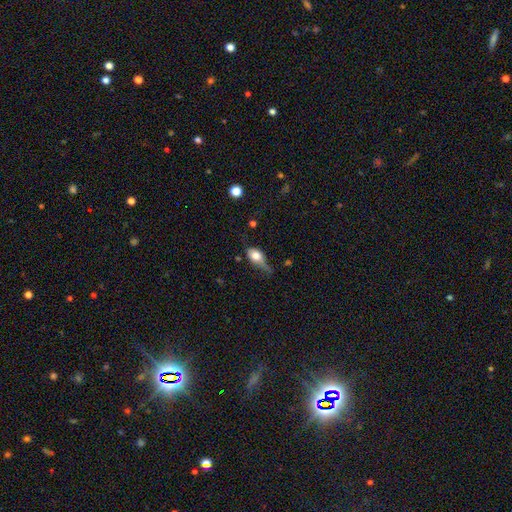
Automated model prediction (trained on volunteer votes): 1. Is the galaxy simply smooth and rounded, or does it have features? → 66% smooth, 25% featured or disk, 9% star or artifact.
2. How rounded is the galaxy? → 74% in between, 18% round, 8% cigar-shaped.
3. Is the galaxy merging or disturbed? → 37% minor disturbance, 29% none, 28% major disturbance, 5% merger.